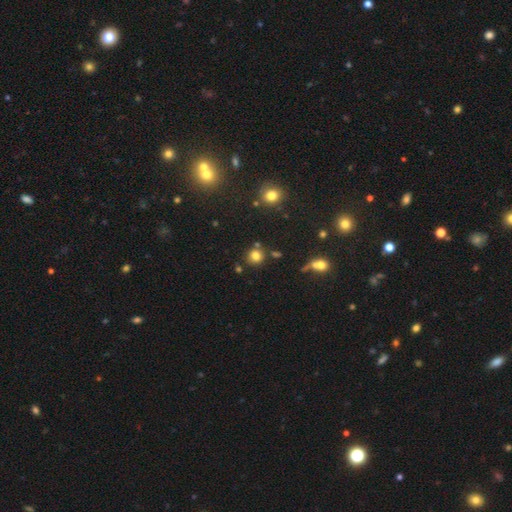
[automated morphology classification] This is likely a smooth galaxy (79%). How rounded: clearly round (89%). Merging: likely none (80%).